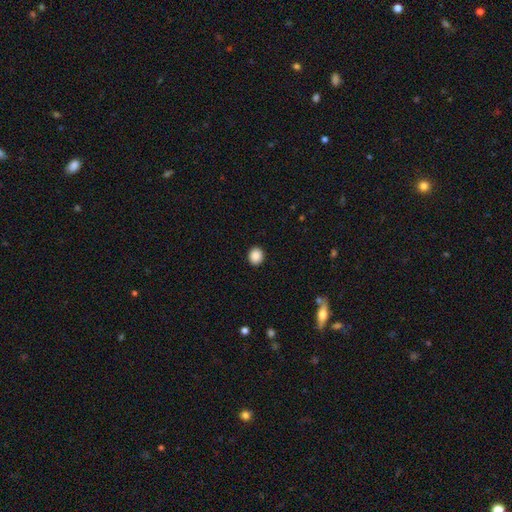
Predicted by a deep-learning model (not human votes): Smooth or featured? smooth (89%)
How rounded? round (79%)
Merging? none (92%)